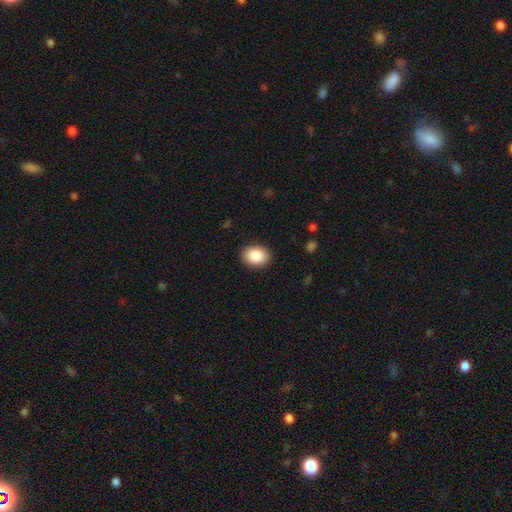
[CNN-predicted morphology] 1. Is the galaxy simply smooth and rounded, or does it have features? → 89% smooth, 7% star or artifact, 4% featured or disk.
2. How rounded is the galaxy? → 63% in between, 36% round, 1% cigar-shaped.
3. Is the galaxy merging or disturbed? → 90% none, 7% minor disturbance, 2% major disturbance, 1% merger.